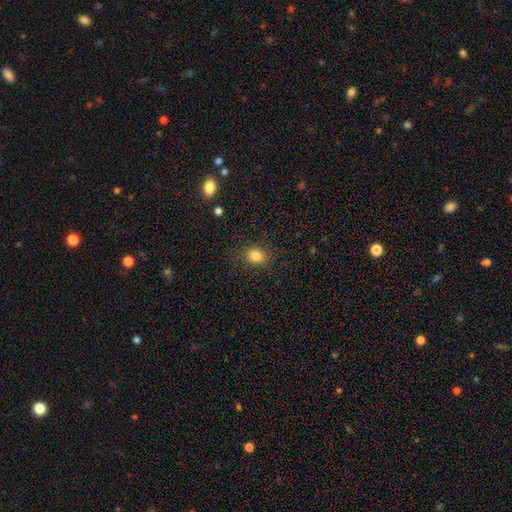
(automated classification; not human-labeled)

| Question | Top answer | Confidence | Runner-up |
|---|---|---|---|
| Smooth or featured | smooth | 81% | star or artifact (12%) |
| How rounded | round | 62% | in between (37%) |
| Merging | none | 85% | minor disturbance (11%) |